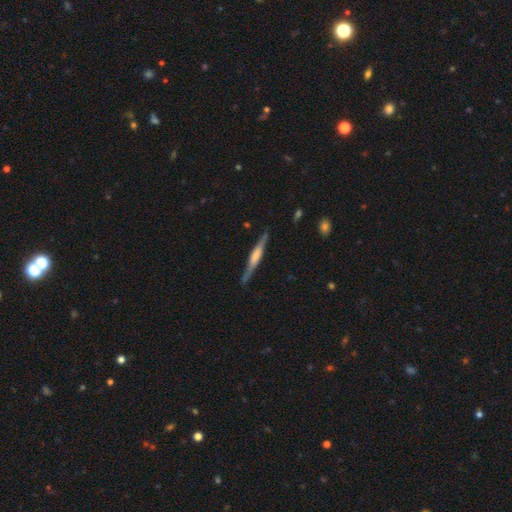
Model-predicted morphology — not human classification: A featured or disk galaxy (65%) viewed edge-on (97%) with a boxy central bulge (45%). Merging: none (85%).